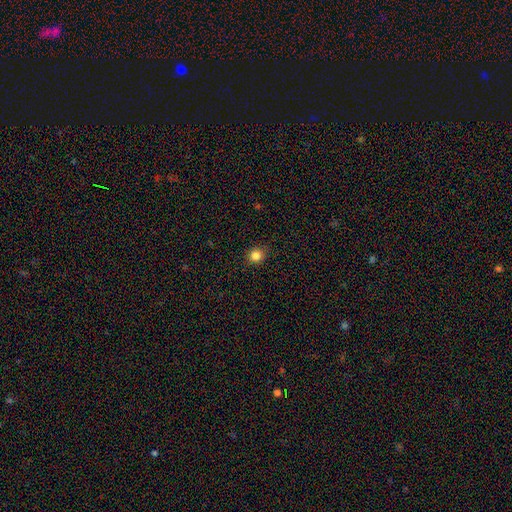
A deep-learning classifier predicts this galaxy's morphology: A smooth galaxy with no disk features (83%) that is round (87%). Merging: none (90%).